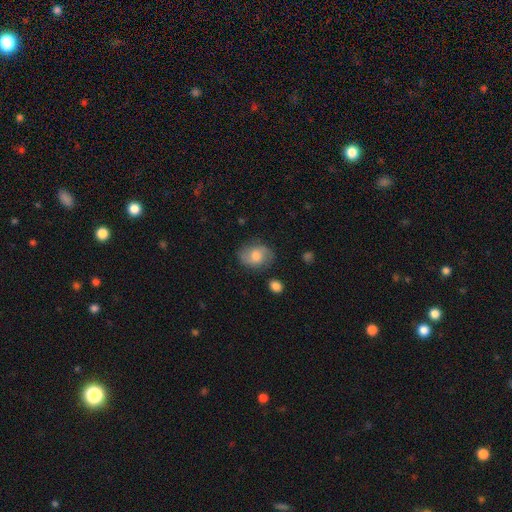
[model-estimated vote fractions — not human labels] The model was most divided on "smooth or featured": smooth: 55%, featured or disk: 37%, star or artifact: 8%. More confident: merging — none (73%); how rounded — in between (63%).